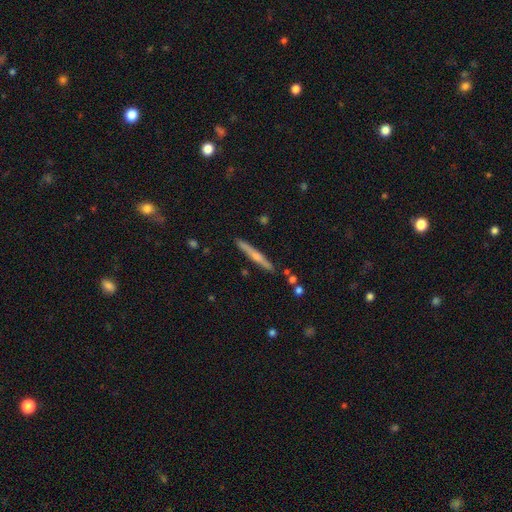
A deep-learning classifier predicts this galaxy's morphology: smooth-or-featured: featured or disk: 57% | smooth: 37% | star or artifact: 7%
  disk-edge-on: yes: 97% | no: 3%
    edge-on-bulge: rounded: 67% | none: 26% | boxy: 7%
  merging: none: 88% | minor disturbance: 8% | merger: 2% | major disturbance: 2%